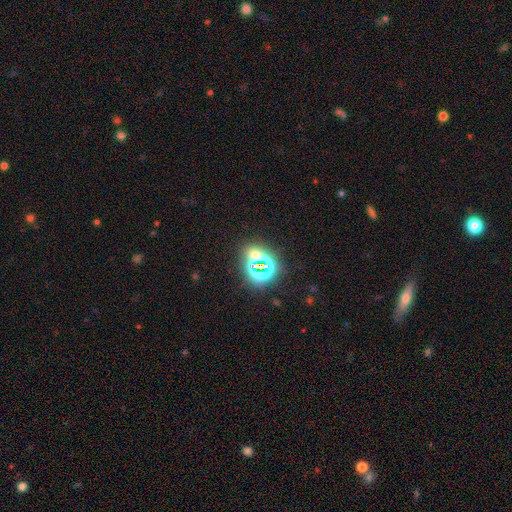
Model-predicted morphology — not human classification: Smooth or featured?
  - star or artifact: 67% *
  - smooth: 23%
  - featured or disk: 10%